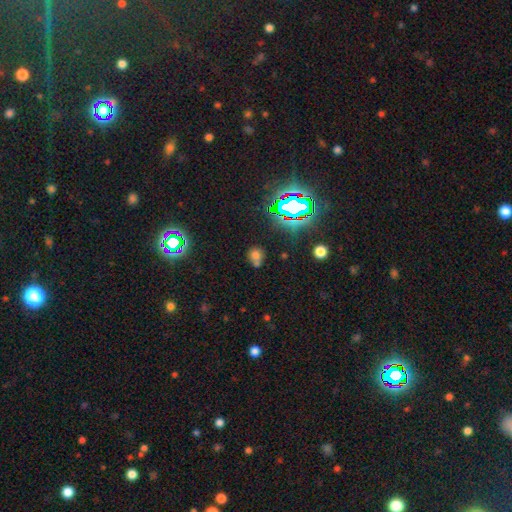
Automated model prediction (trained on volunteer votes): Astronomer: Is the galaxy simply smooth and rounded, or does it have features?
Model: smooth — 59%.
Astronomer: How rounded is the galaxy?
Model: round — 72%.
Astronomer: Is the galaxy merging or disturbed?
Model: none — 51% (runner-up: merger, 31%).